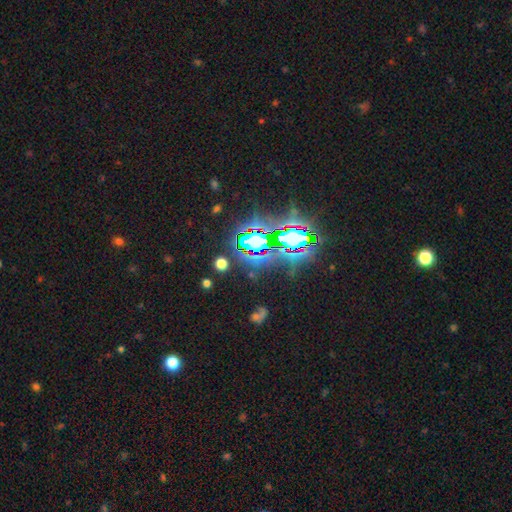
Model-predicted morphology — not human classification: Smooth or featured?
  - star or artifact: 84% *
  - smooth: 9%
  - featured or disk: 8%